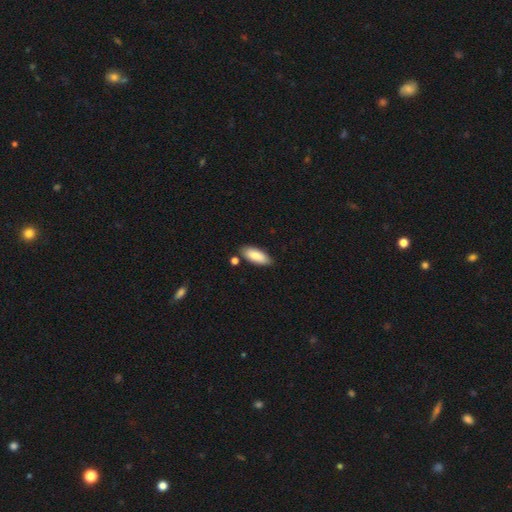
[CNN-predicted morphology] Q: Smooth or featured?
A: smooth (83%); runner-up: featured or disk (11%)
Q: How rounded?
A: in between (83%); runner-up: cigar-shaped (16%)
Q: Merging?
A: none (80%); runner-up: minor disturbance (12%)